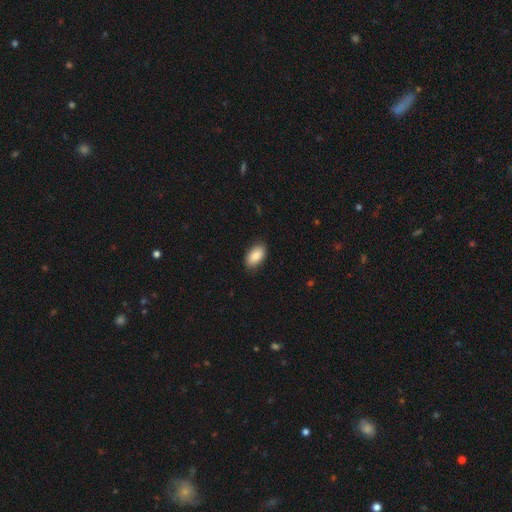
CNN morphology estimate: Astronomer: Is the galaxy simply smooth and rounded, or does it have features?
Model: smooth — 86%.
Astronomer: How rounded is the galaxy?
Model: in between — 93%.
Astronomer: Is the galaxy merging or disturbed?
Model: none — 85%.